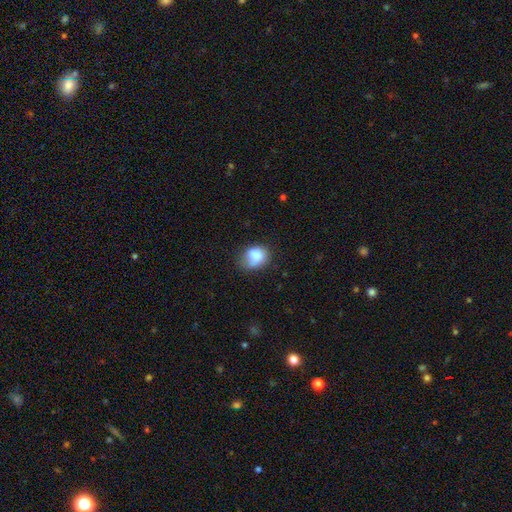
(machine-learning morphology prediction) Smooth or featured?
  - smooth: 79% *
  - featured or disk: 13%
  - star or artifact: 9%
How rounded?
  - in between: 55% *
  - round: 44%
  - cigar-shaped: 1%
Merging?
  - none: 44% *
  - minor disturbance: 33%
  - major disturbance: 16%
  - merger: 7%